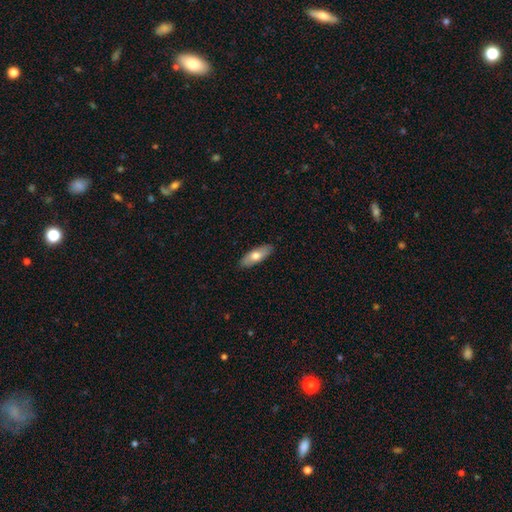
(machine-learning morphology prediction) Smooth or featured: smooth — 70% (featured or disk — 25%)
How rounded: in between — 73% (cigar-shaped — 24%)
Merging: none — 88% (minor disturbance — 9%)